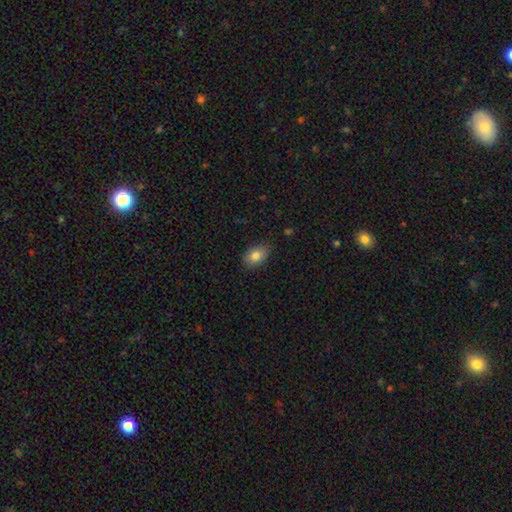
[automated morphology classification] A smooth galaxy with no disk features (82%) that is in between round and cigar-shaped (83%).

Vote fractions:
- Smooth or featured? smooth: 82% / featured or disk: 9% / star or artifact: 8%
- How rounded? in between: 83% / round: 15% / cigar-shaped: 1%
- Merging? none: 81% / minor disturbance: 15% / major disturbance: 2% / merger: 1%